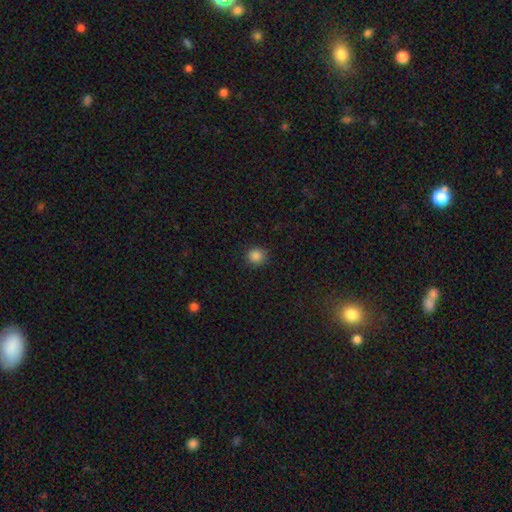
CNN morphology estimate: A smooth galaxy with no disk features (86%) that is round (90%).

Vote fractions:
- Smooth or featured? smooth: 86% / star or artifact: 11% / featured or disk: 3%
- How rounded? round: 90% / in between: 9% / cigar-shaped: 1%
- Merging? none: 89% / minor disturbance: 8% / major disturbance: 2% / merger: 1%